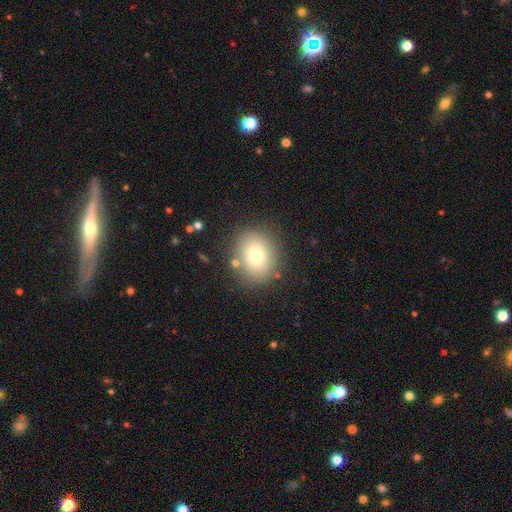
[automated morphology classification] A smooth galaxy with no disk features (76%) that is round (62%). Merging: none (83%).